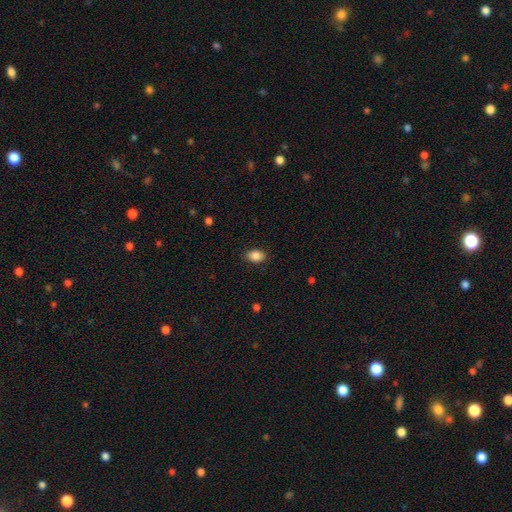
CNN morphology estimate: A smooth galaxy with no disk features (87%) that is in between round and cigar-shaped (84%). Merging: none (87%).